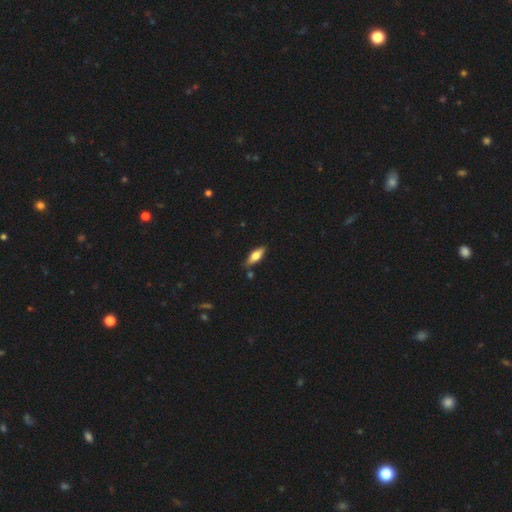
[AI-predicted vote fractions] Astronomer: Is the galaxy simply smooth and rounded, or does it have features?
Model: smooth — 59% (runner-up: featured or disk, 34%).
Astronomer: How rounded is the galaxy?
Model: in between — 60% (runner-up: cigar-shaped, 38%).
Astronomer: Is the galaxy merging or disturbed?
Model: none — 83%.